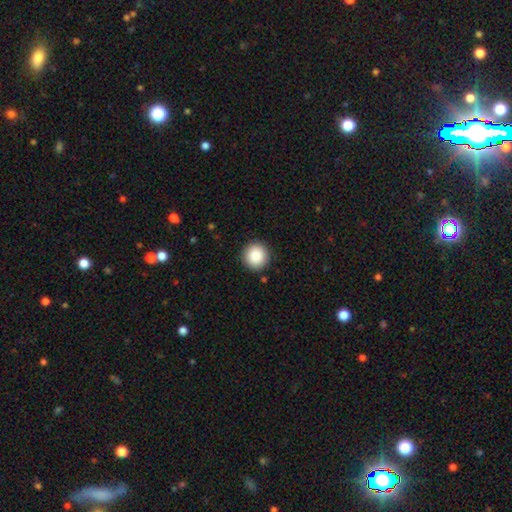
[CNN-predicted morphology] Q: Smooth or featured?
A: smooth (88%); runner-up: star or artifact (8%)
Q: How rounded?
A: round (96%); runner-up: in between (4%)
Q: Merging?
A: none (92%); runner-up: minor disturbance (5%)